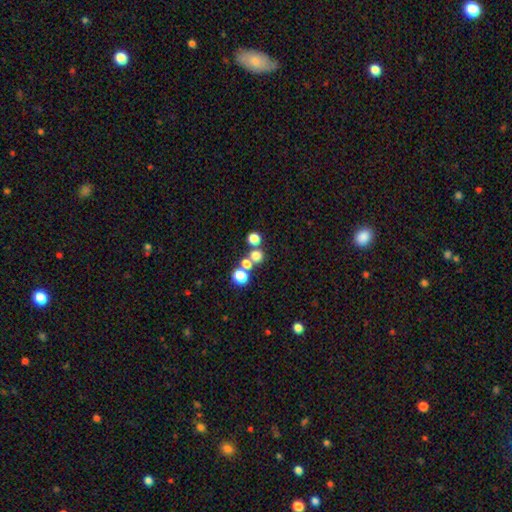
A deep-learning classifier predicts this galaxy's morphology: smooth-or-featured: smooth: 70% | star or artifact: 21% | featured or disk: 9%
  how-rounded: round: 88% | in between: 11% | cigar-shaped: 1%
  merging: none: 59% | merger: 32% | minor disturbance: 6% | major disturbance: 3%